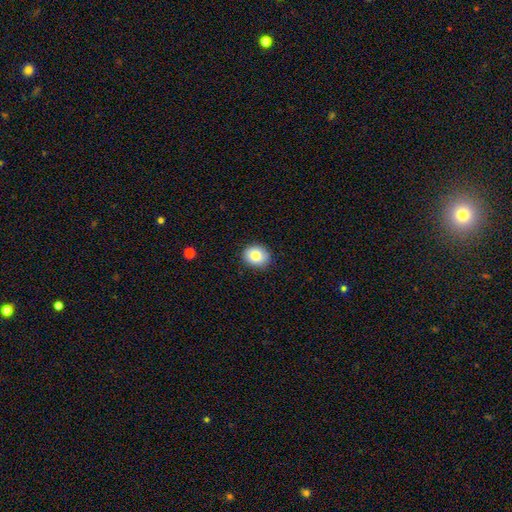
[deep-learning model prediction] Smooth or featured? smooth (83%)
How rounded? round (60%)
Merging? none (88%)